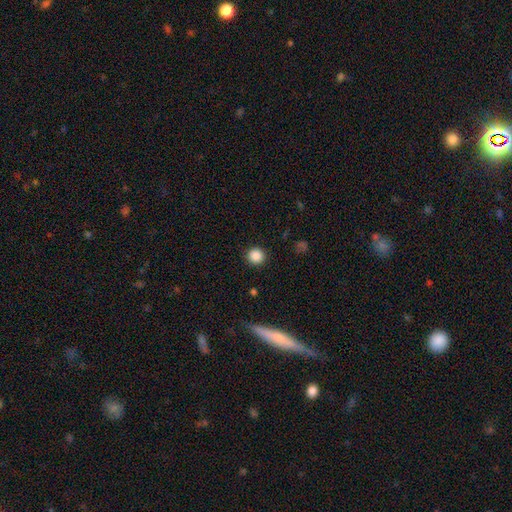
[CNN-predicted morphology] Q: Smooth or featured?
A: smooth (87%); runner-up: star or artifact (10%)
Q: How rounded?
A: round (93%); runner-up: in between (6%)
Q: Merging?
A: none (90%); runner-up: minor disturbance (6%)